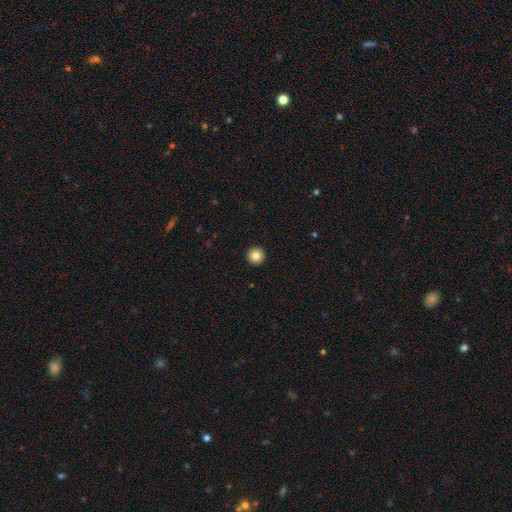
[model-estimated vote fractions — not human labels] A smooth galaxy with no disk features (84%) that is round (97%). Merging: none (94%).